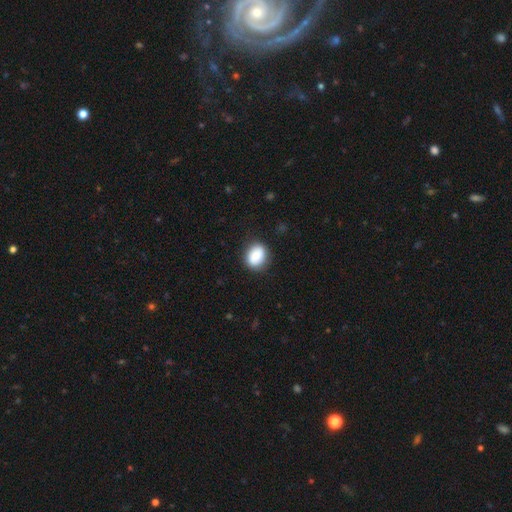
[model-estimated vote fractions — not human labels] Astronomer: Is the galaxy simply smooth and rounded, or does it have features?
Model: smooth — 80%.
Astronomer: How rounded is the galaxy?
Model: round — 51% (runner-up: in between, 48%).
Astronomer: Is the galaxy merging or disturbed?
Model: none — 83%.